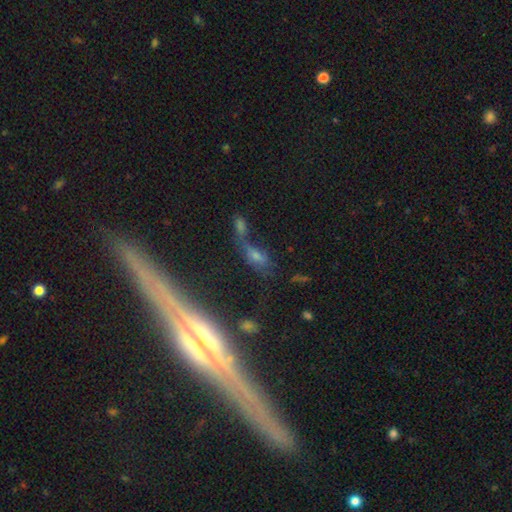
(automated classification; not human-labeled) Overall: smooth (38%; featured or disk 36%). Merging: none (45%; merger 20%).